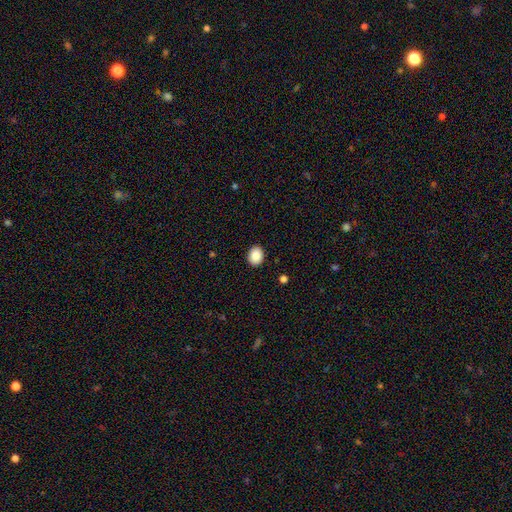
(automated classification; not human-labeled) Smooth or featured?
  - smooth: 86% *
  - star or artifact: 8%
  - featured or disk: 5%
How rounded?
  - round: 54% *
  - in between: 45%
  - cigar-shaped: 1%
Merging?
  - none: 91% *
  - minor disturbance: 6%
  - major disturbance: 2%
  - merger: 1%